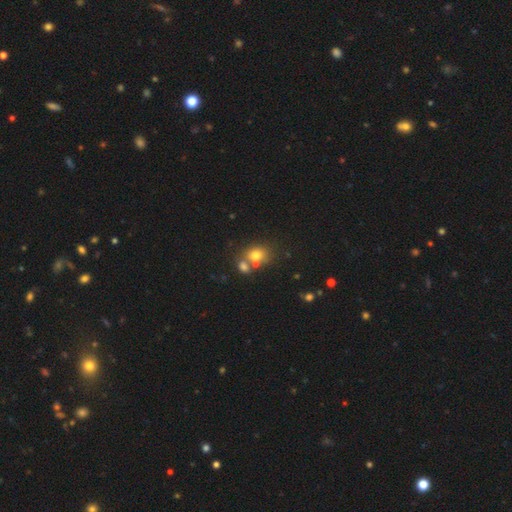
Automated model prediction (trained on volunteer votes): This appears to be a smooth galaxy with no disk features (74%) that is round (54%). Merging: none (46%).